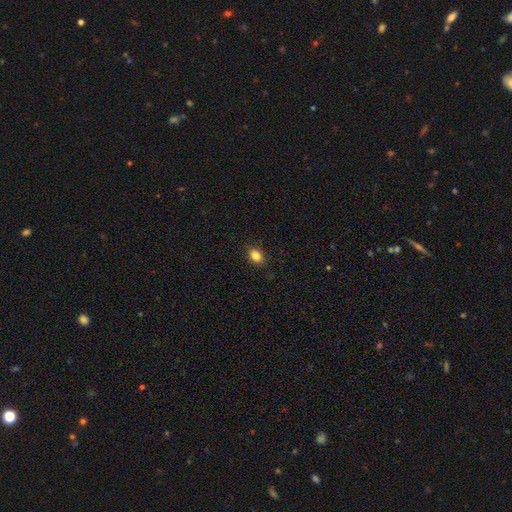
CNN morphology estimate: Smooth or featured? Predicted: smooth (p=0.84). How rounded? Predicted: in between (p=0.66). Merging? Predicted: none (p=0.86).